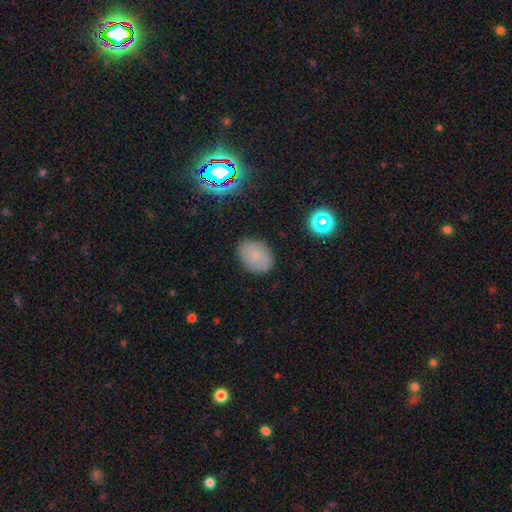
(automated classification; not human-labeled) Smooth or featured? smooth (70%)
How rounded? in between (65%)
Merging? none (82%)